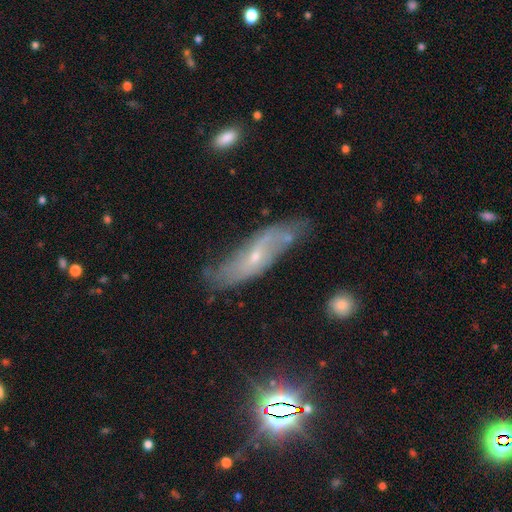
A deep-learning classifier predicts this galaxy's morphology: Smooth or featured?
  - featured or disk: 68% *
  - smooth: 22%
  - star or artifact: 10%
Edge-on disk?
  - no: 74% *
  - yes: 26%
Bar?
  - no: 47% *
  - weak: 38%
  - strong: 14%
Spiral arms?
  - yes: 75% *
  - no: 25%
Bulge size?
  - small: 72% *
  - moderate: 24%
  - none: 2%
  - large: 1%
  - dominant: 1%
Merging?
  - none: 54% *
  - minor disturbance: 29%
  - major disturbance: 12%
  - merger: 5%